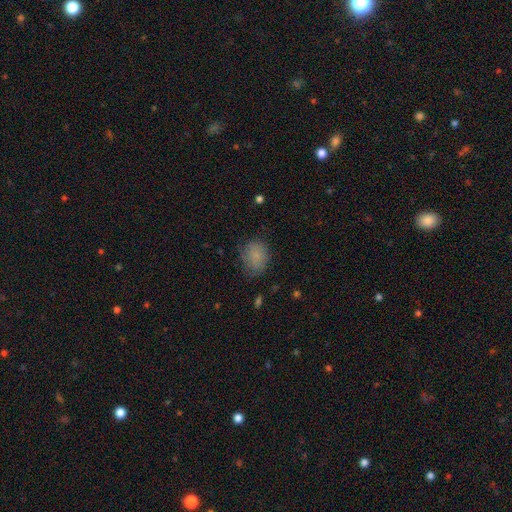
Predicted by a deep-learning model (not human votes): This is clearly a smooth galaxy (80%). How rounded: possibly in between (51%). Merging: likely none (64%).